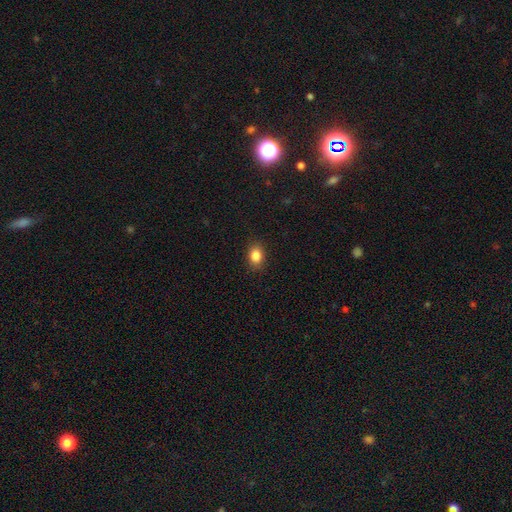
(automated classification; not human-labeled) Smooth or featured? smooth (86%)
How rounded? in between (68%)
Merging? none (88%)